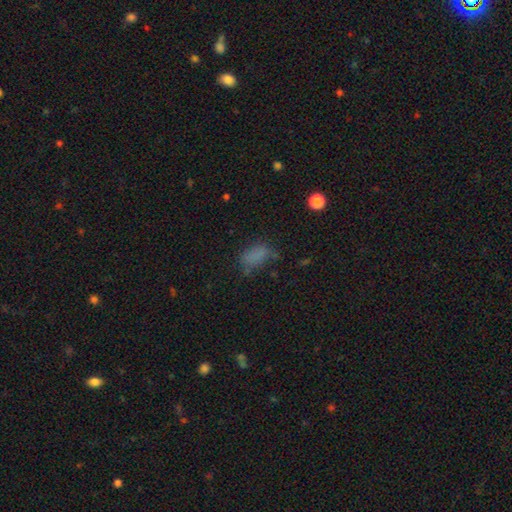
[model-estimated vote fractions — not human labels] smooth 72%, star or artifact 17%, featured or disk 10%. Down the decision tree: how rounded — in between (86%); merging — none (53%).